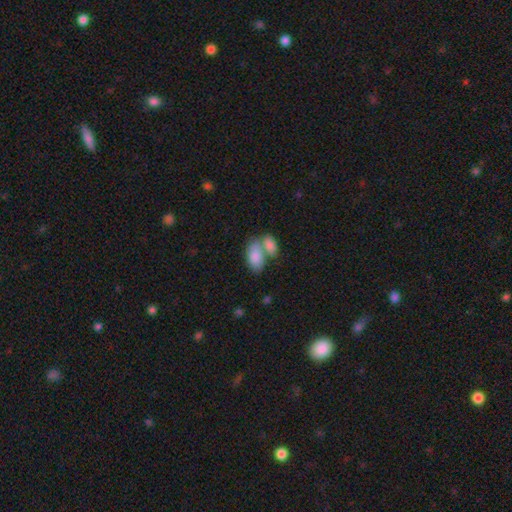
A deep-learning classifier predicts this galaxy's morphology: smooth-or-featured: smooth: 84% | featured or disk: 10% | star or artifact: 6%
  how-rounded: in between: 94% | round: 4% | cigar-shaped: 2%
  merging: merger: 59% | none: 27% | minor disturbance: 9% | major disturbance: 4%